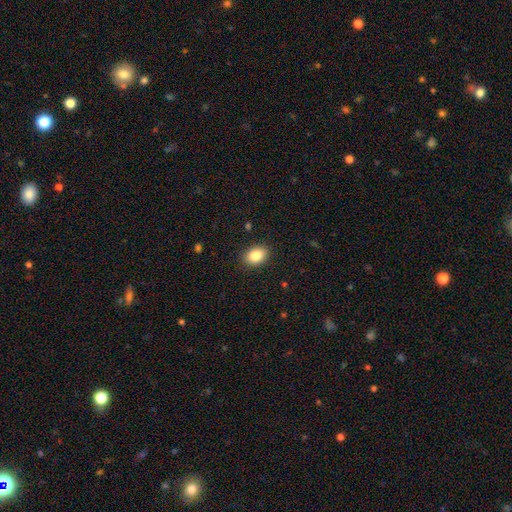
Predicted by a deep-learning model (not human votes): A smooth galaxy with no disk features (86%) that is in between round and cigar-shaped (73%). Merging: none (89%).